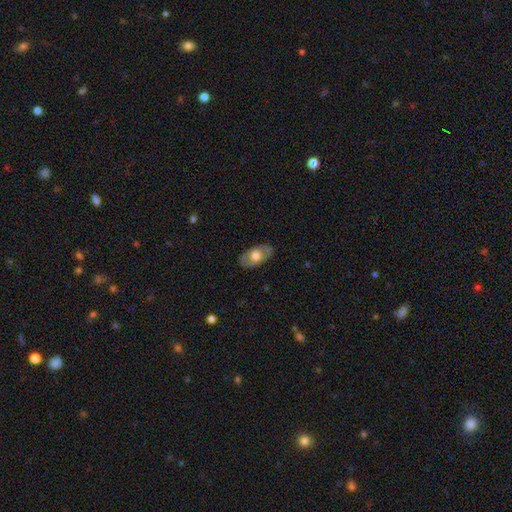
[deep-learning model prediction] Smooth or featured?
  - smooth: 51% *
  - featured or disk: 44%
  - star or artifact: 5%
How rounded?
  - in between: 91% *
  - round: 7%
  - cigar-shaped: 2%
Merging?
  - none: 83% *
  - minor disturbance: 13%
  - major disturbance: 3%
  - merger: 1%